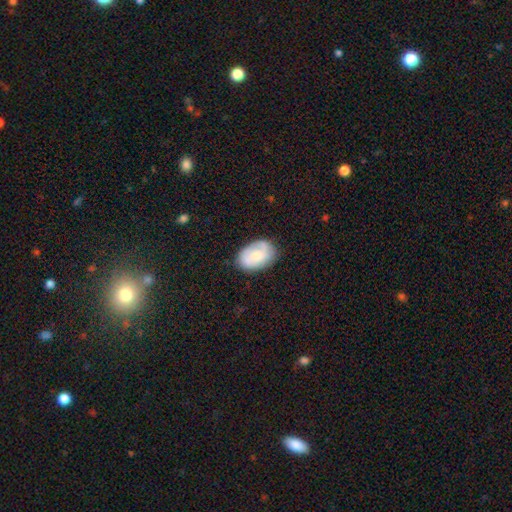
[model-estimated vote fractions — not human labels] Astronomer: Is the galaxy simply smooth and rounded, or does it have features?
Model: smooth — 62%.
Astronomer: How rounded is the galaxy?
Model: in between — 85%.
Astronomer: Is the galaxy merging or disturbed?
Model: none — 74%.